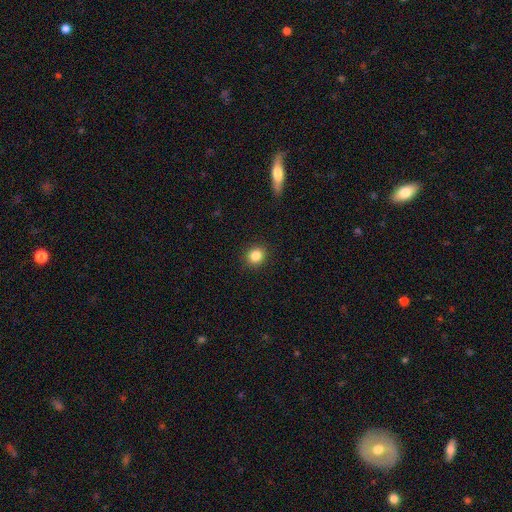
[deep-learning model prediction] A smooth galaxy with no disk features (85%) that is round (76%).

Vote fractions:
- Smooth or featured? smooth: 85% / star or artifact: 10% / featured or disk: 5%
- How rounded? round: 76% / in between: 23% / cigar-shaped: 1%
- Merging? none: 91% / minor disturbance: 6% / major disturbance: 2% / merger: 1%